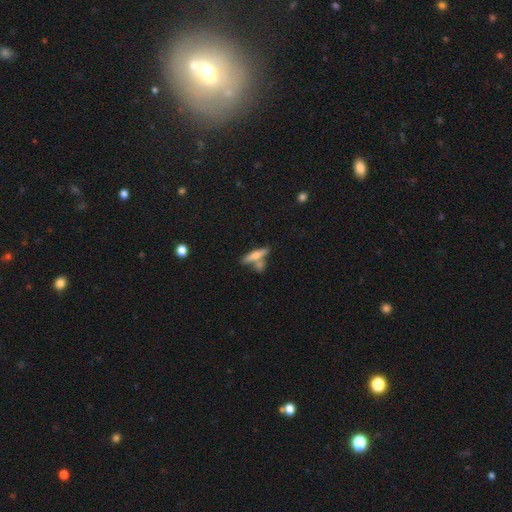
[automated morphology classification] Smooth or featured? smooth (49%)
Merging? none (60%)